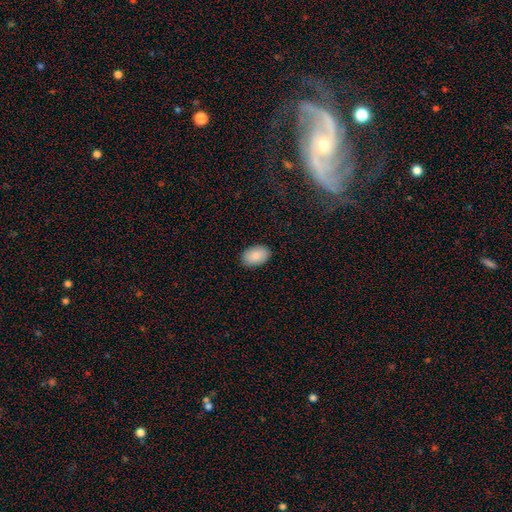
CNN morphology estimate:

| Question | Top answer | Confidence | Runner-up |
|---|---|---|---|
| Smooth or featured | smooth | 88% | star or artifact (6%) |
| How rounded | in between | 91% | round (7%) |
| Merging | none | 89% | minor disturbance (8%) |